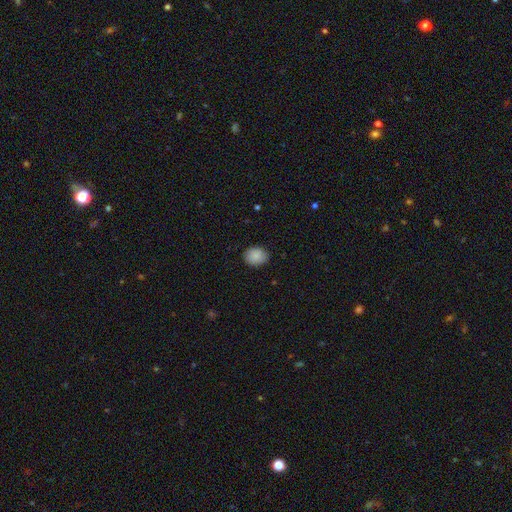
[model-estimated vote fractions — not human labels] Q: Smooth or featured?
A: smooth (88%); runner-up: star or artifact (8%)
Q: How rounded?
A: round (54%); runner-up: in between (45%)
Q: Merging?
A: none (87%); runner-up: minor disturbance (10%)